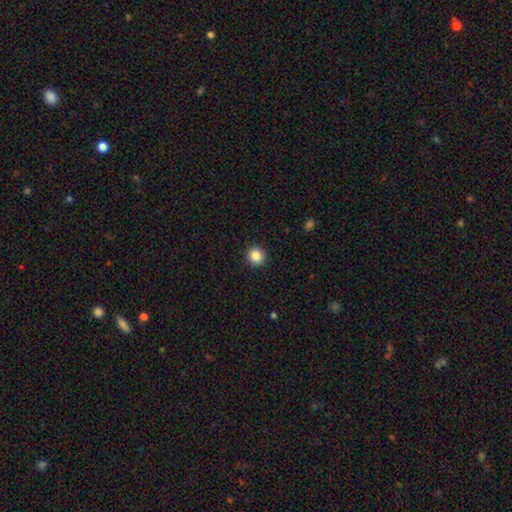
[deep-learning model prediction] smooth 86%, star or artifact 10%, featured or disk 4%. Down the decision tree: how rounded — round (93%); merging — none (92%).